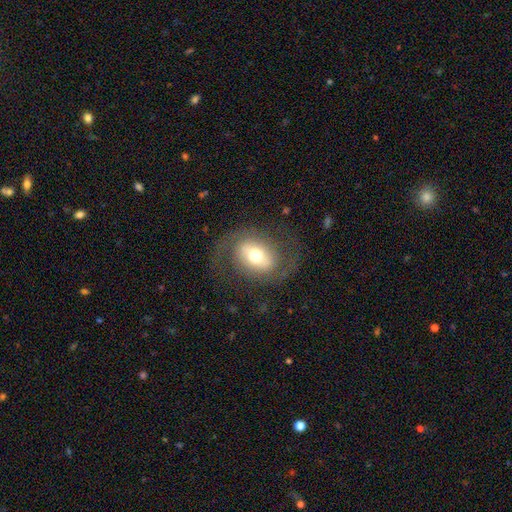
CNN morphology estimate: Smooth or featured? featured or disk (55%)
Edge-on disk? no (94%)
Bar? no (48%)
Spiral arms? yes (62%)
Bulge size? moderate (66%)
Merging? none (71%)